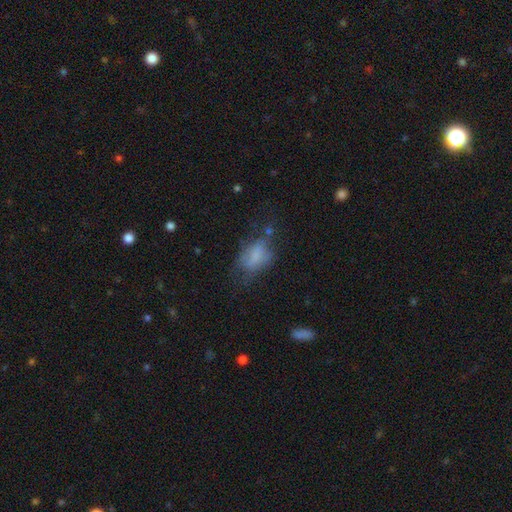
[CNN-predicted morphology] A smooth galaxy with no disk features (60%) that is in between round and cigar-shaped (83%).

Vote fractions:
- Smooth or featured? smooth: 60% / featured or disk: 27% / star or artifact: 13%
- How rounded? in between: 83% / round: 12% / cigar-shaped: 5%
- Merging? none: 38% / minor disturbance: 28% / major disturbance: 28% / merger: 5%